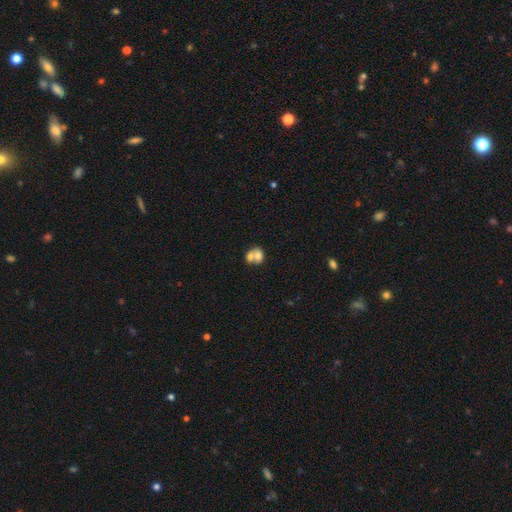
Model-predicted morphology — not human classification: type=smooth (65%); roundness=round (54%); merging=merger (68%).